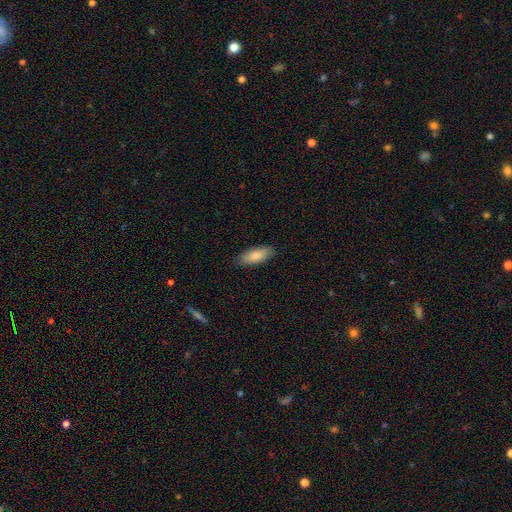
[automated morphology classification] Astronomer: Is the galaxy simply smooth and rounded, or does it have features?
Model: smooth — 84%.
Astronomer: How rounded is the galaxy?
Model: in between — 73%.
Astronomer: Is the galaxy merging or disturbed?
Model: none — 88%.